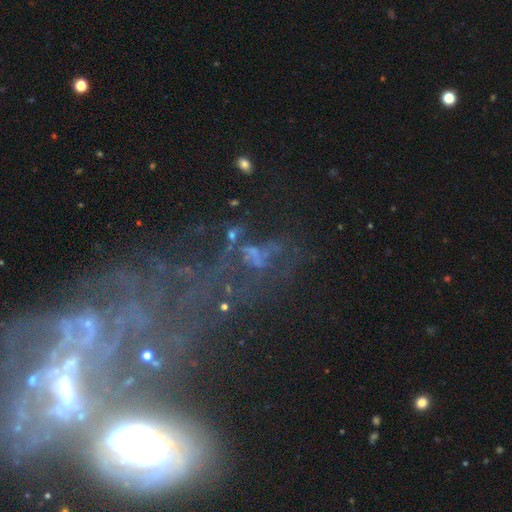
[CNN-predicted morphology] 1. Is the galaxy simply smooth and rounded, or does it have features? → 44% featured or disk, 37% star or artifact, 20% smooth.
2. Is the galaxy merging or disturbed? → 36% major disturbance, 34% none, 16% minor disturbance, 15% merger.